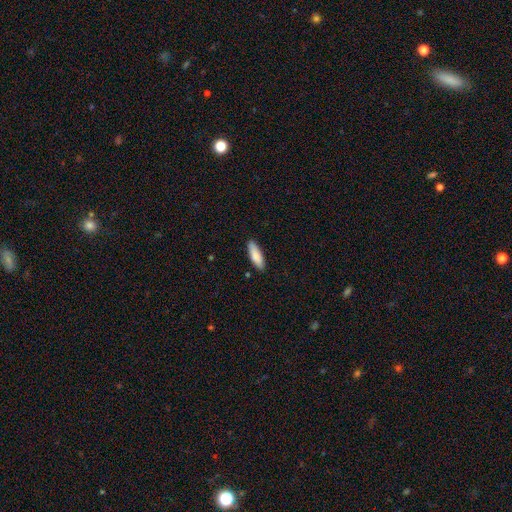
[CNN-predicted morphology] A smooth galaxy with no disk features (85%) that is in between round and cigar-shaped (50%).

Vote fractions:
- Smooth or featured? smooth: 85% / featured or disk: 10% / star or artifact: 5%
- How rounded? in between: 50% / cigar-shaped: 49% / round: 2%
- Merging? none: 88% / minor disturbance: 9% / major disturbance: 2% / merger: 1%